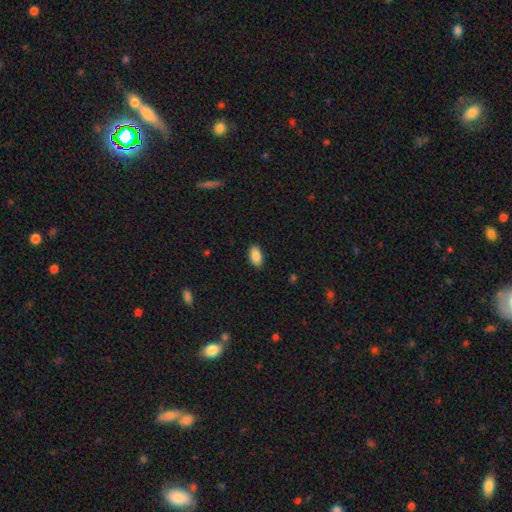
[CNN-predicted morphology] A smooth galaxy with no disk features (88%) that is in between round and cigar-shaped (93%).

Vote fractions:
- Smooth or featured? smooth: 88% / star or artifact: 7% / featured or disk: 4%
- How rounded? in between: 93% / cigar-shaped: 4% / round: 3%
- Merging? none: 88% / minor disturbance: 9% / major disturbance: 2% / merger: 1%